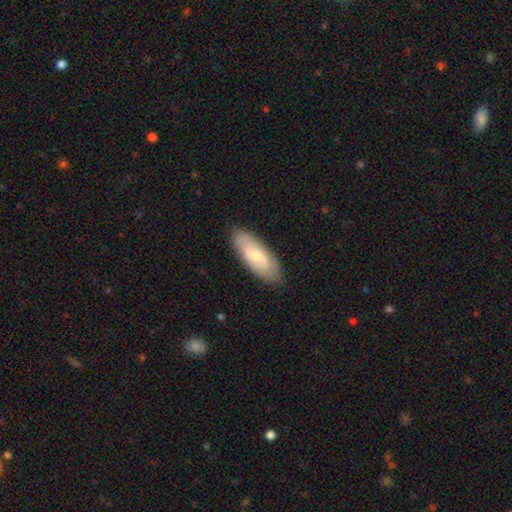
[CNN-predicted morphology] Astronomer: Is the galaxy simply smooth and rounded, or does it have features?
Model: smooth — 65%.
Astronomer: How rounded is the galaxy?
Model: in between — 71%.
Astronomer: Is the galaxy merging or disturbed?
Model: none — 84%.